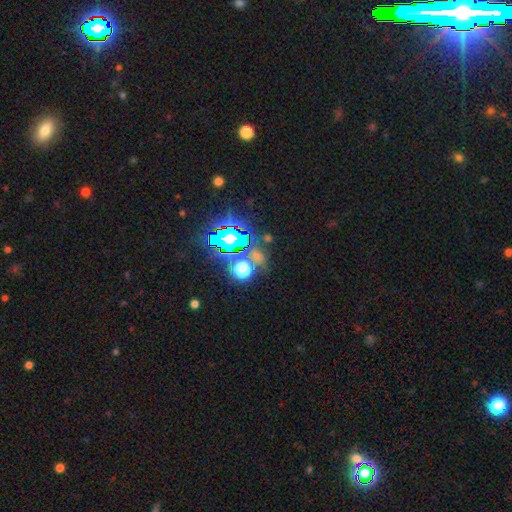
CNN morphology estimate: A star or artifact, not a galaxy (62%).

Vote fractions:
- Smooth or featured? star or artifact: 62% / smooth: 27% / featured or disk: 10%